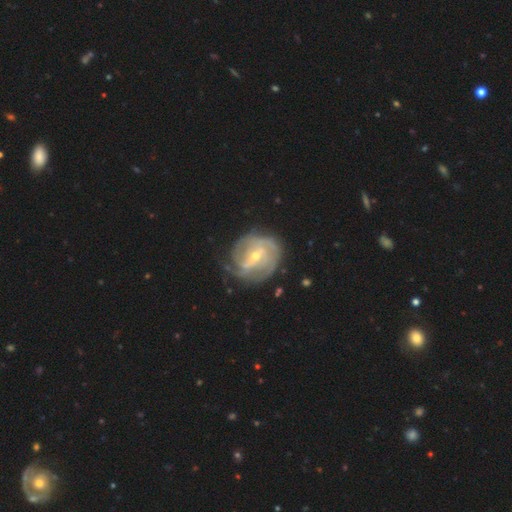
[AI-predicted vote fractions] The model was most divided on "spiral arm count": can't tell: 31%, 2: 24%, 3: 23%, 4: 11%, more than 4: 5%, 1: 5%. Remaining: edge-on disk — no (97%); spiral arms — yes (94%); smooth or featured — featured or disk (84%); merging — none (69%); spiral winding — tight (61%); bulge size — small (59%); bar — weak (47%).